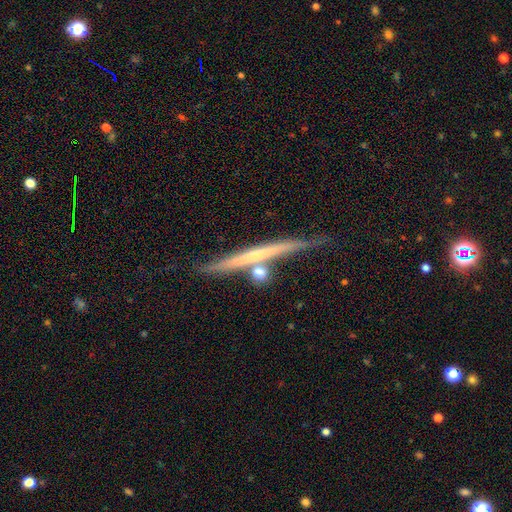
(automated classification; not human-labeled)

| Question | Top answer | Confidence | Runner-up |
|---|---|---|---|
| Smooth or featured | featured or disk | 65% | smooth (28%) |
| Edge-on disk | yes | 94% | no (6%) |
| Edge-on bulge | none | 61% | rounded (33%) |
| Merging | none | 64% | merger (17%) |